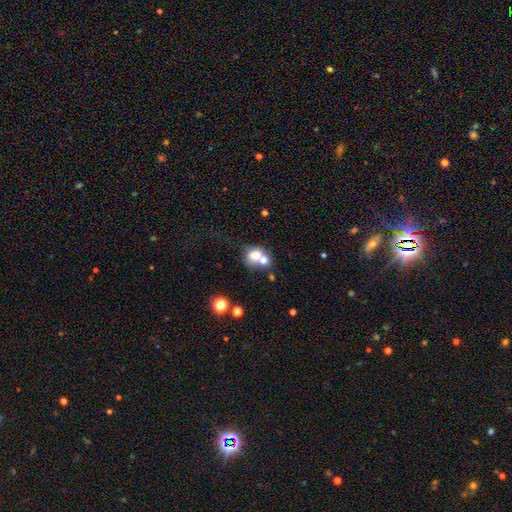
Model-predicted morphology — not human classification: Smooth or featured?
  - smooth: 69% *
  - featured or disk: 19%
  - star or artifact: 11%
How rounded?
  - round: 60% *
  - in between: 39%
  - cigar-shaped: 1%
Merging?
  - merger: 58% *
  - none: 26%
  - minor disturbance: 9%
  - major disturbance: 7%